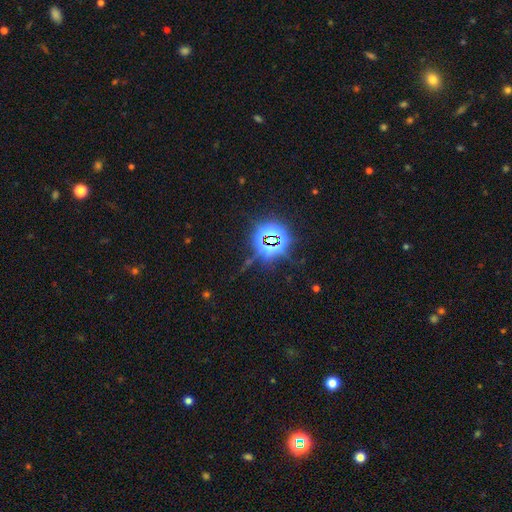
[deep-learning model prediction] smooth-or-featured: star or artifact: 84% | smooth: 10% | featured or disk: 7%